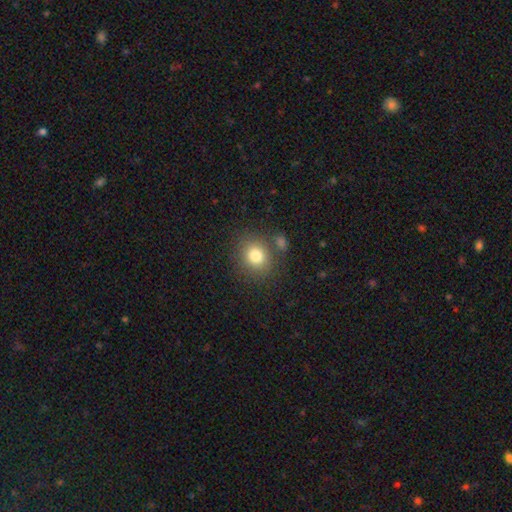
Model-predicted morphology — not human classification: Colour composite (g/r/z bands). It shows a smooth galaxy with no disk features (80%) that is round (75%). Merging: none (78%).